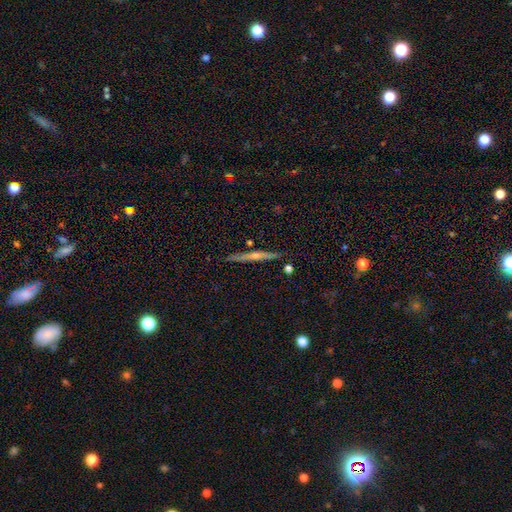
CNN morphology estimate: This appears to be a featured or disk galaxy (69%) viewed edge-on (98%) with a rounded central bulge (70%). Merging: none (90%).